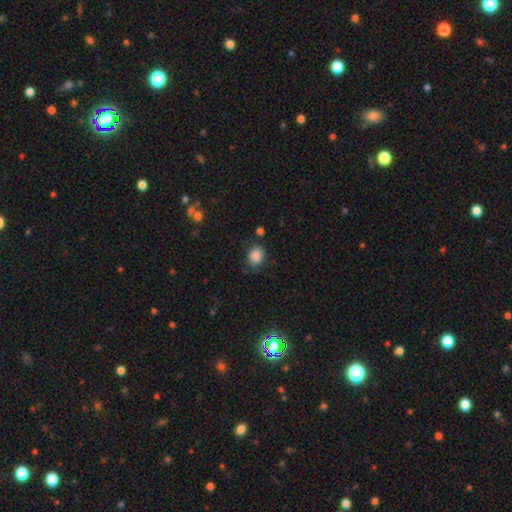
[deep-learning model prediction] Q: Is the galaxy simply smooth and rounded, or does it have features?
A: smooth — 86%.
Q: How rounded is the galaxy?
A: round — 50%.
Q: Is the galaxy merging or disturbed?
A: none — 77%.